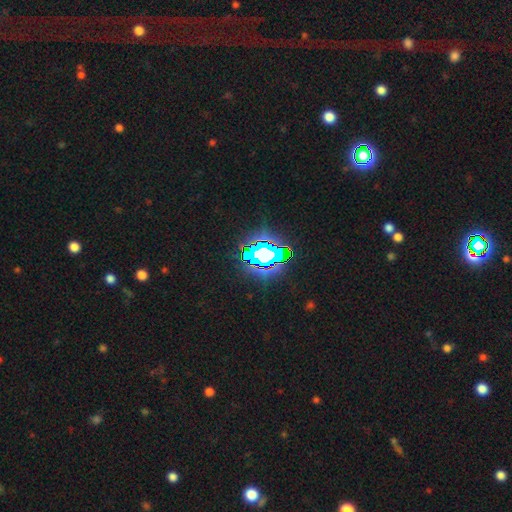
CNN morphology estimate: Smooth or featured?
  - star or artifact: 69% *
  - smooth: 16%
  - featured or disk: 15%